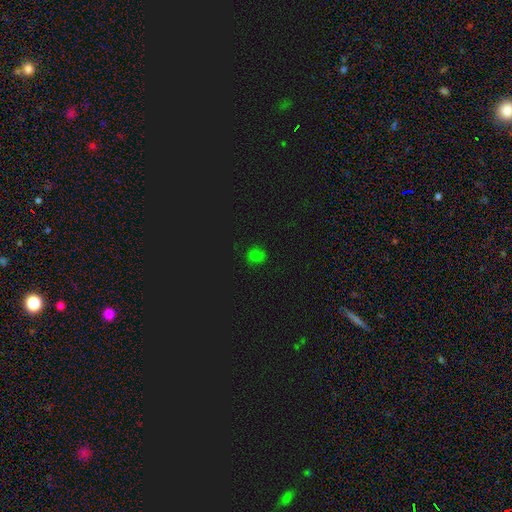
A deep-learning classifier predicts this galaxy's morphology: smooth-or-featured: smooth: 69% | star or artifact: 27% | featured or disk: 4%
  how-rounded: round: 84% | in between: 15% | cigar-shaped: 1%
  merging: none: 85% | minor disturbance: 11% | major disturbance: 3% | merger: 1%